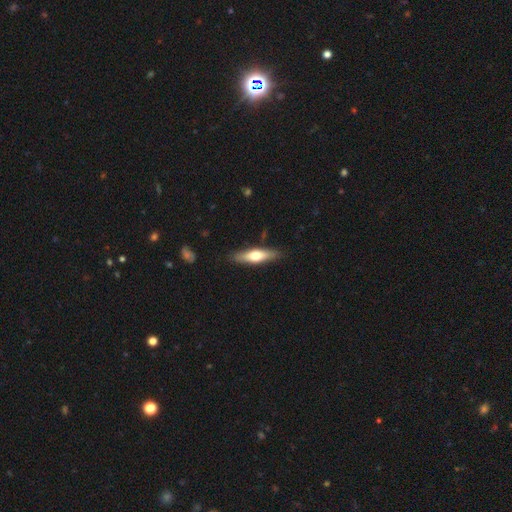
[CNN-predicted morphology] smooth-or-featured: smooth: 49% | featured or disk: 46% | star or artifact: 5%
  merging: none: 87% | minor disturbance: 9% | major disturbance: 2% | merger: 1%